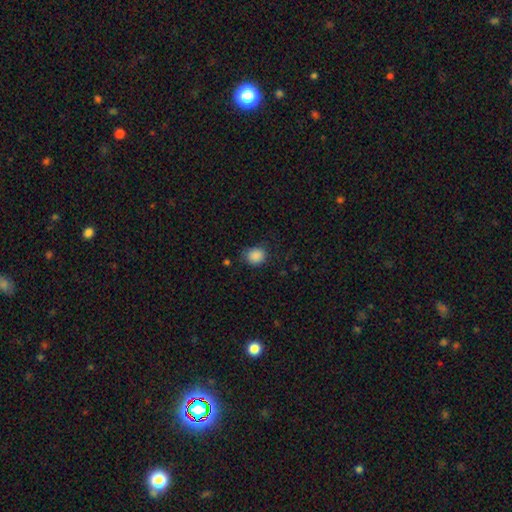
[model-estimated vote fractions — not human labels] smooth-or-featured: smooth: 87% | star or artifact: 9% | featured or disk: 3%
  how-rounded: round: 78% | in between: 21% | cigar-shaped: 1%
  merging: none: 77% | minor disturbance: 17% | major disturbance: 5% | merger: 1%